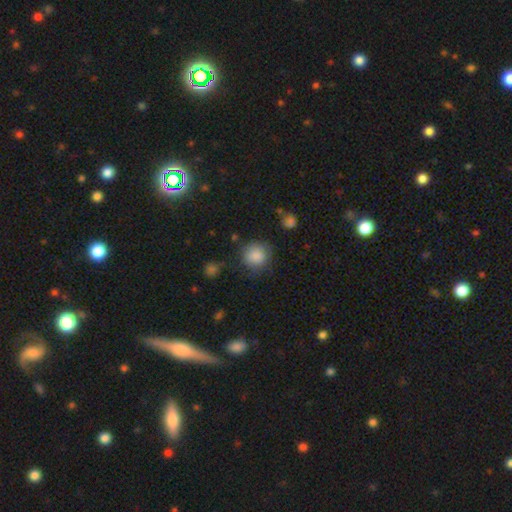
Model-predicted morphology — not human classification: Smooth or featured?
  - smooth: 86% *
  - star or artifact: 9%
  - featured or disk: 5%
How rounded?
  - round: 91% *
  - in between: 8%
  - cigar-shaped: 1%
Merging?
  - none: 74% *
  - minor disturbance: 17%
  - major disturbance: 6%
  - merger: 3%